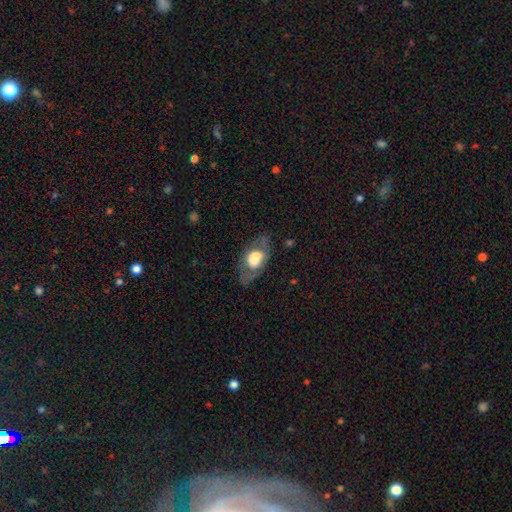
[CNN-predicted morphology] Smooth or featured? smooth (51%)
How rounded? in between (85%)
Merging? none (54%)